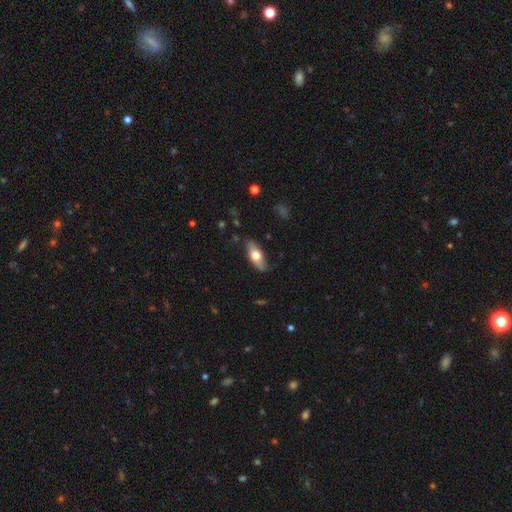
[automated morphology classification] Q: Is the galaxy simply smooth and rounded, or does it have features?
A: smooth — 62%.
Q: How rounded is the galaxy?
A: in between — 74%.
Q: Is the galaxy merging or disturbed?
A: none — 82%.